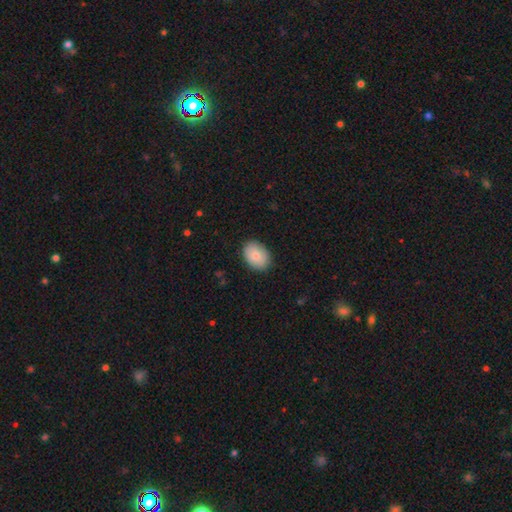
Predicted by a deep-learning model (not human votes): smooth 82%, featured or disk 11%, star or artifact 7%. Down the decision tree: how rounded — in between (77%); merging — none (86%).